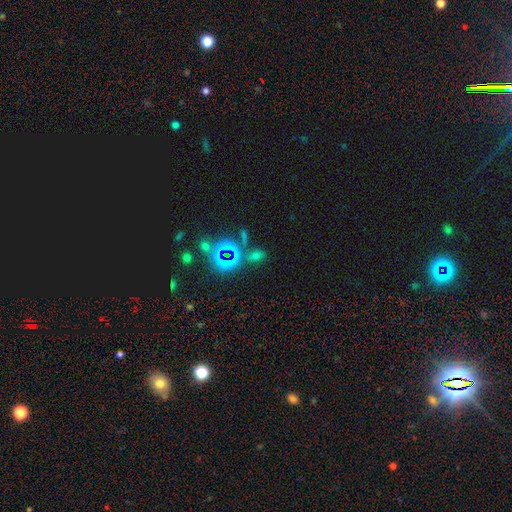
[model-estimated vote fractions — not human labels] smooth_or_featured: star or artifact (p=0.48) [alt: smooth p=0.41]